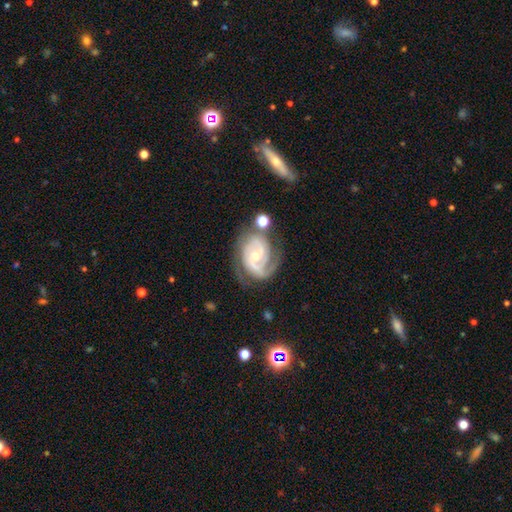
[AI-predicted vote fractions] This is clearly a featured or disk galaxy (88%). It is clearly not viewed edge-on (97%). Bar: possibly no (56%). Spiral arm pattern: clearly yes (97%). Spiral arm count: possibly 2 (52%). Spiral winding: possibly tight (58%). Central bulge: possibly moderate (50%). Merging: possibly none (59%).